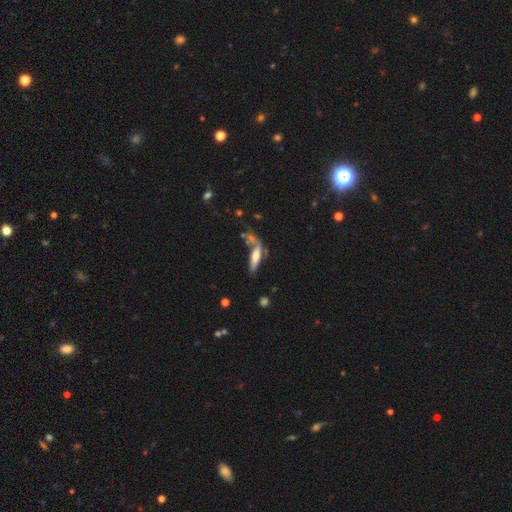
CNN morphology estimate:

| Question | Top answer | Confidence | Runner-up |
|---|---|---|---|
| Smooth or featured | smooth | 53% | featured or disk (40%) |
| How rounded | cigar-shaped | 65% | in between (32%) |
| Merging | none | 38% | merger (26%) |